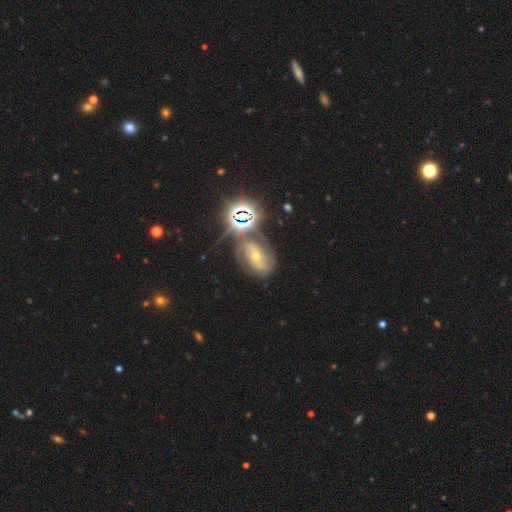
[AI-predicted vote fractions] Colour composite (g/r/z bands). It shows a featured or disk galaxy (60%) with no bar (42%), 2 (61%) medium (43%) spiral arms (90%) and a moderate central bulge (54%). Merging: none (61%).